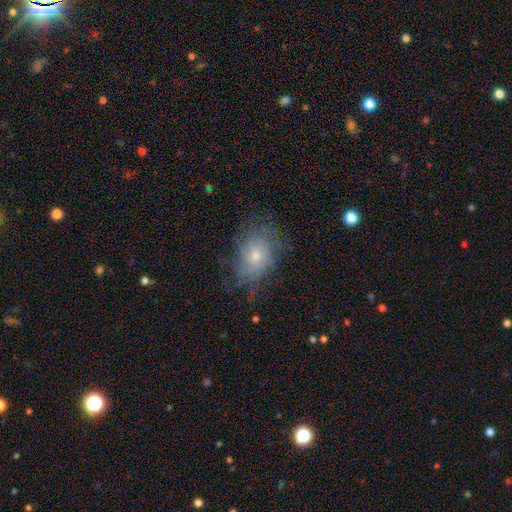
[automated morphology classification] smooth_or_featured: smooth (p=0.46) [alt: featured or disk p=0.43]
merging: none (p=0.65) [alt: minor disturbance p=0.23]